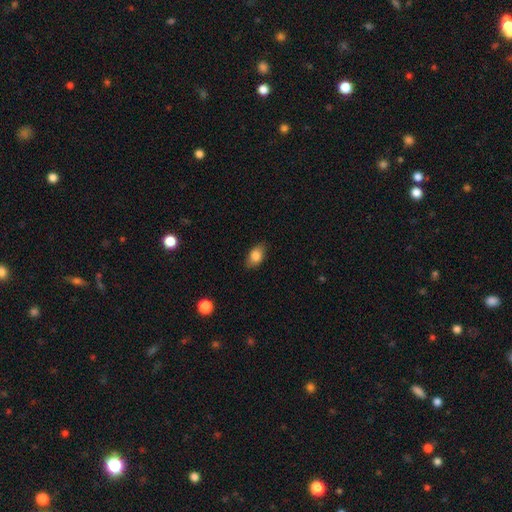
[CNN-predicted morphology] Smooth or featured? Predicted: smooth (p=0.83). How rounded? Predicted: in between (p=0.87). Merging? Predicted: none (p=0.81).